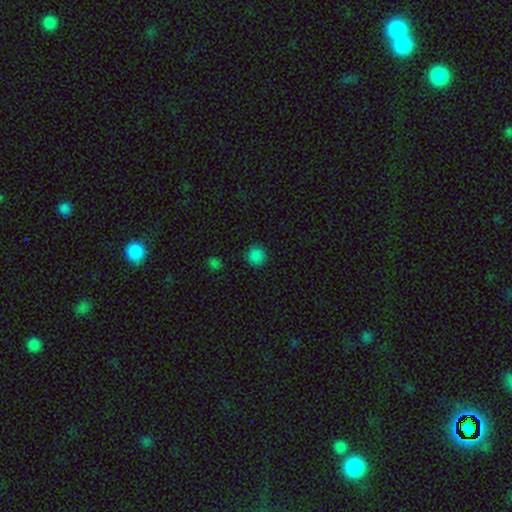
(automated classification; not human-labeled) Morphology: type=smooth (85%); roundness=round (94%); merging=none (91%).